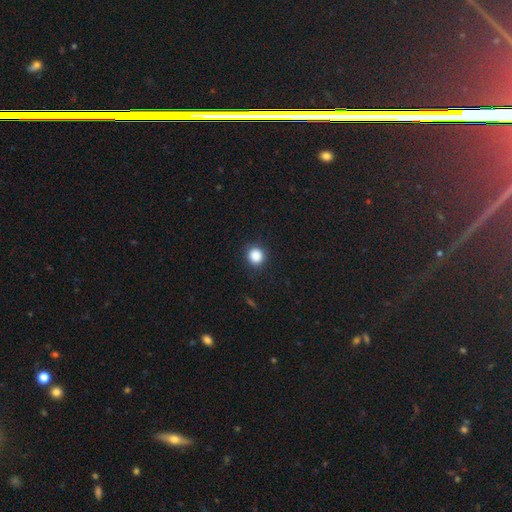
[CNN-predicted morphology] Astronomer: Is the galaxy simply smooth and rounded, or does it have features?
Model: smooth — 87%.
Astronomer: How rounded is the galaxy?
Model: round — 89%.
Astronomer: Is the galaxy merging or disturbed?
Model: none — 89%.